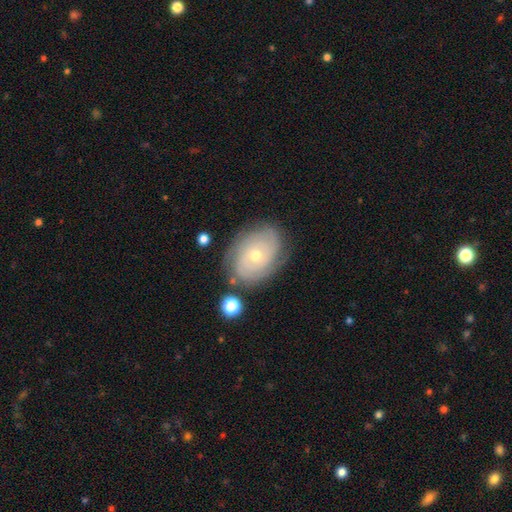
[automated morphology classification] Smooth or featured?
  - featured or disk: 79% *
  - smooth: 14%
  - star or artifact: 7%
Edge-on disk?
  - no: 96% *
  - yes: 4%
Bar?
  - no: 83% *
  - weak: 13%
  - strong: 3%
Spiral arms?
  - yes: 90% *
  - no: 10%
Spiral winding?
  - tight: 80% *
  - medium: 16%
  - loose: 4%
Spiral arm count?
  - can't tell: 39% *
  - 2: 22%
  - 3: 19%
  - 4: 10%
  - more than 4: 5%
  - 1: 5%
Bulge size?
  - small: 51% *
  - moderate: 46%
  - large: 1%
  - dominant: 1%
  - none: 1%
Merging?
  - none: 78% *
  - minor disturbance: 15%
  - major disturbance: 5%
  - merger: 2%